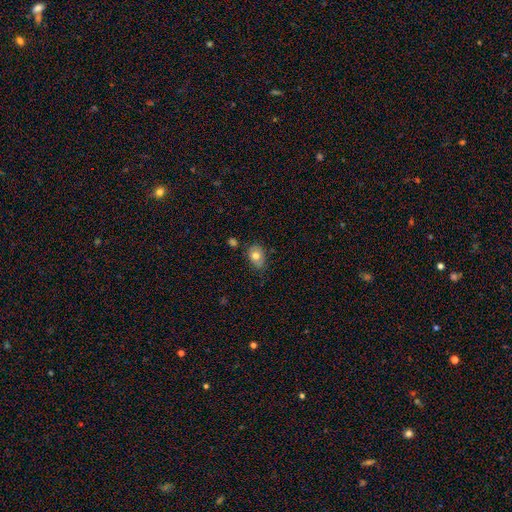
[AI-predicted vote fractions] The model was most divided on "merging": none: 67%, minor disturbance: 25%, major disturbance: 5%, merger: 4%. More confident: smooth or featured — smooth (75%); how rounded — in between (72%).